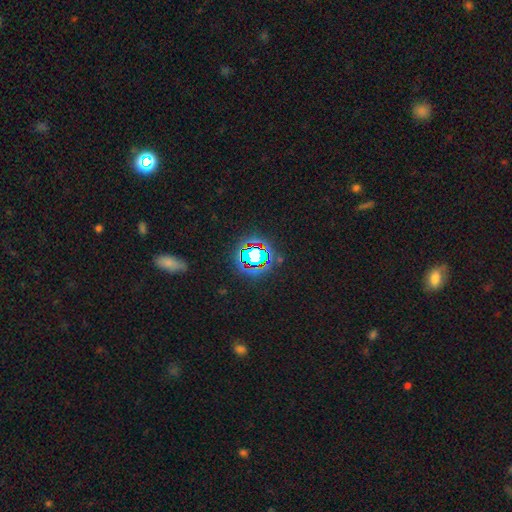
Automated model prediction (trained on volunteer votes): The model was most divided on "smooth or featured": star or artifact: 67%, smooth: 20%, featured or disk: 13%.